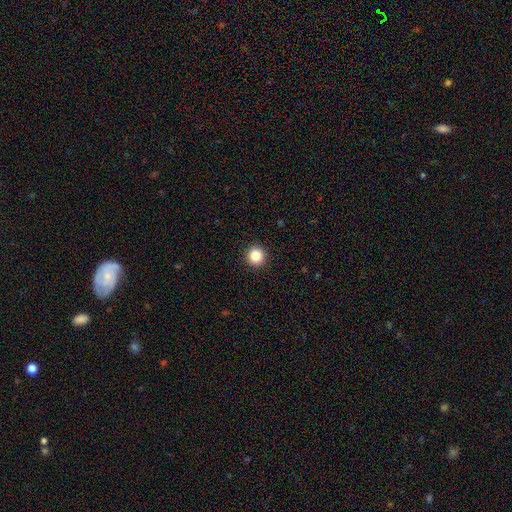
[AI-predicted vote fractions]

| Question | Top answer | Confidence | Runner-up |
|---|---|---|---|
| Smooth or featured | smooth | 86% | star or artifact (10%) |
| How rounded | round | 94% | in between (5%) |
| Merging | none | 93% | minor disturbance (5%) |